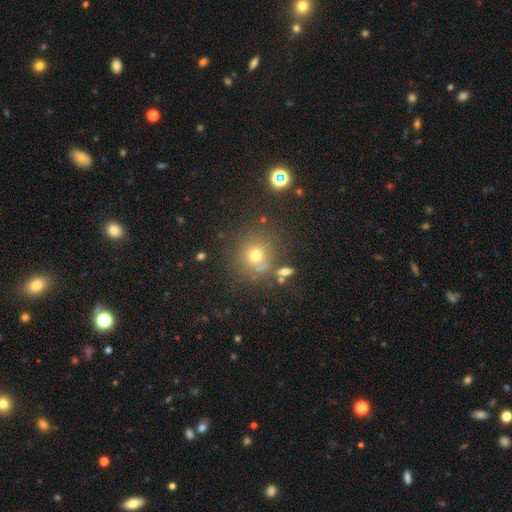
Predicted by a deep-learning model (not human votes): Smooth or featured: smooth — 69% (star or artifact — 20%)
How rounded: round — 89% (in between — 10%)
Merging: none — 73% (minor disturbance — 12%)